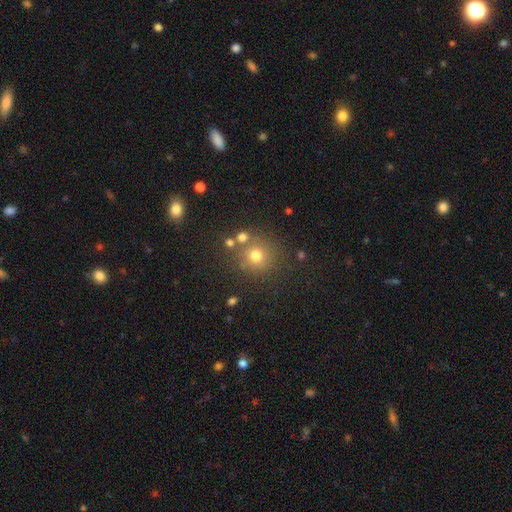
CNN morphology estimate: Smooth or featured?
  - smooth: 71% *
  - star or artifact: 19%
  - featured or disk: 10%
How rounded?
  - round: 92% *
  - in between: 7%
  - cigar-shaped: 1%
Merging?
  - none: 76% *
  - merger: 11%
  - minor disturbance: 10%
  - major disturbance: 4%